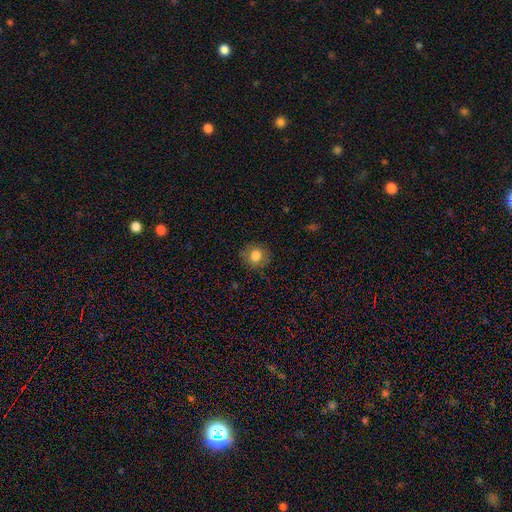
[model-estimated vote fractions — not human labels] This is clearly a smooth galaxy (80%). How rounded: clearly round (85%). Merging: clearly none (85%).